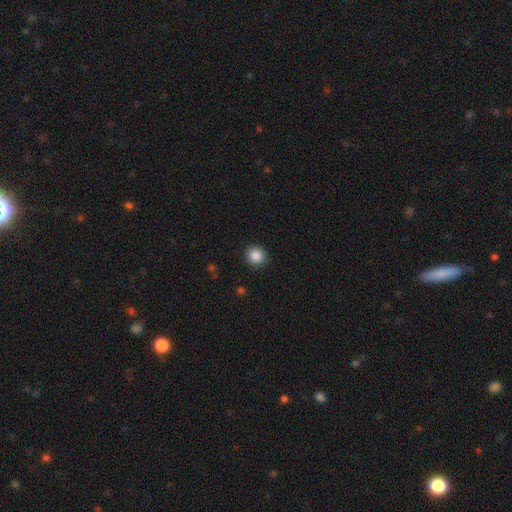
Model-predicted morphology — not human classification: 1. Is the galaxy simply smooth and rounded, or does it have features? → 87% smooth, 10% star or artifact, 3% featured or disk.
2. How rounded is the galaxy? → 88% round, 11% in between, 1% cigar-shaped.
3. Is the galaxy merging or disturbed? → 91% none, 6% minor disturbance, 2% major disturbance, 1% merger.